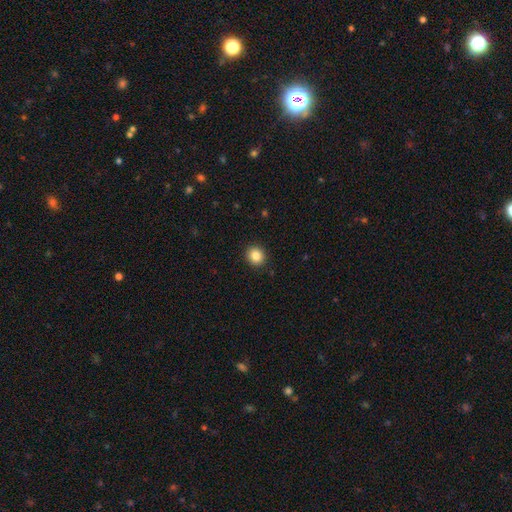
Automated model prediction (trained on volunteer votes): The model was most divided on "how rounded": round: 85%, in between: 14%, cigar-shaped: 1%. More confident: merging — none (92%); smooth or featured — smooth (85%).